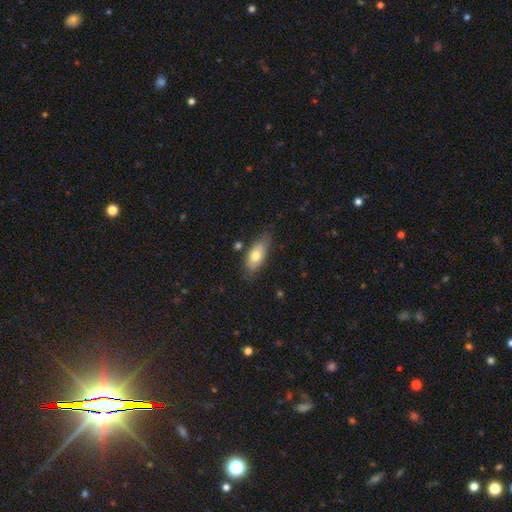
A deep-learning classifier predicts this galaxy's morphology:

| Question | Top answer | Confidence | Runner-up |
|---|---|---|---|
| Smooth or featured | smooth | 70% | featured or disk (23%) |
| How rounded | in between | 84% | cigar-shaped (13%) |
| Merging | none | 69% | minor disturbance (23%) |